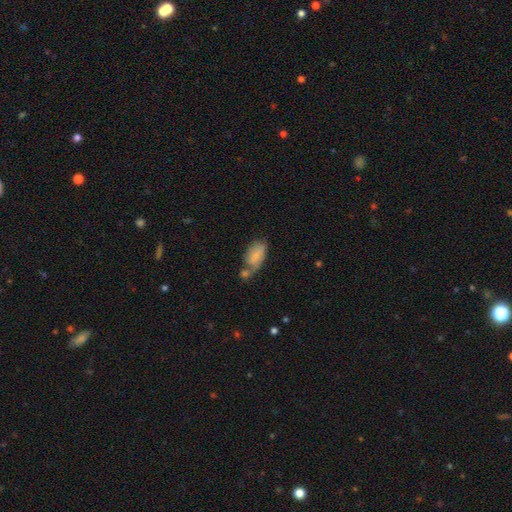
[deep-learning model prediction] Smooth or featured? smooth (72%)
How rounded? in between (92%)
Merging? merger (34%)